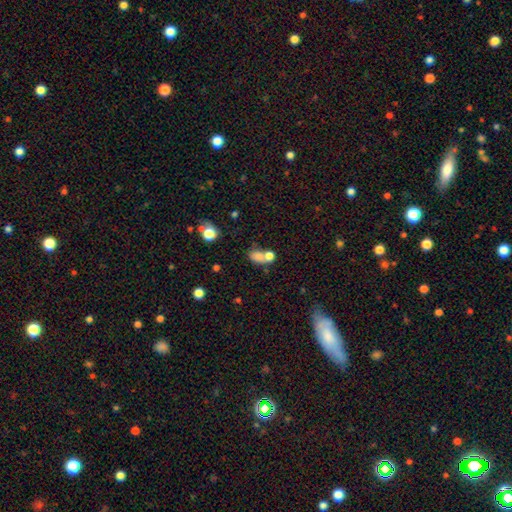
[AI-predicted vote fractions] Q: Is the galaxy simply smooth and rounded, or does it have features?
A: smooth — 73%.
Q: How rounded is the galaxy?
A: in between — 68%.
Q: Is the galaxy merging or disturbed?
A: merger — 48%.